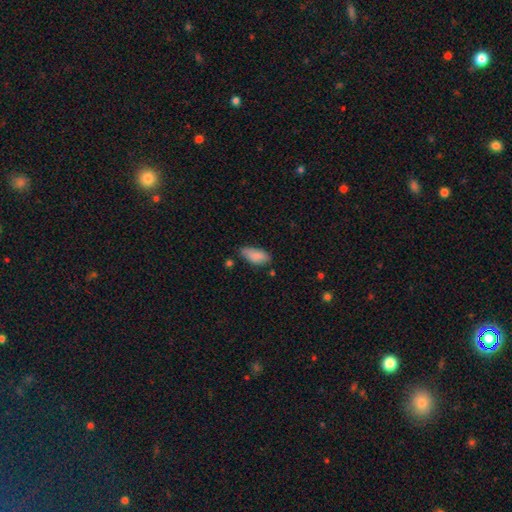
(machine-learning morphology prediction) A smooth galaxy with no disk features (86%) that is in between round and cigar-shaped (88%).

Vote fractions:
- Smooth or featured? smooth: 86% / featured or disk: 7% / star or artifact: 7%
- How rounded? in between: 88% / cigar-shaped: 10% / round: 2%
- Merging? none: 59% / minor disturbance: 31% / major disturbance: 6% / merger: 4%